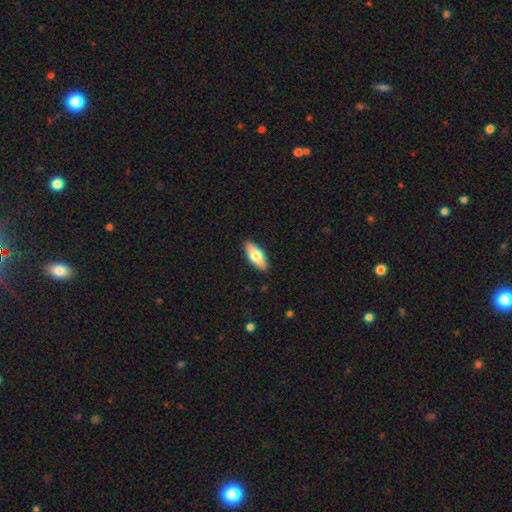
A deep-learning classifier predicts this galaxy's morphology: Smooth or featured? Predicted: smooth (p=0.72). How rounded? Predicted: in between (p=0.79). Merging? Predicted: none (p=0.89).